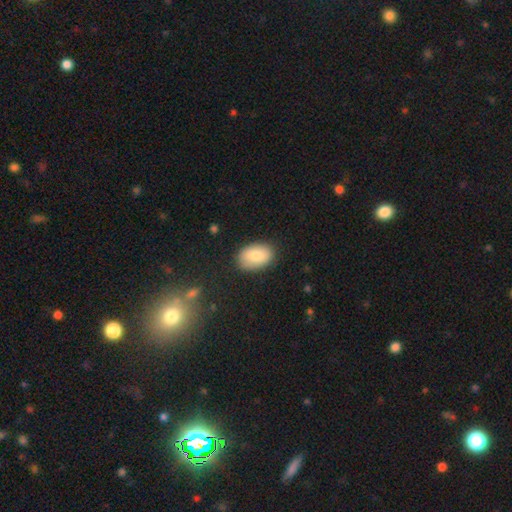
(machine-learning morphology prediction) type=smooth (82%); roundness=in between (88%); merging=none (85%).